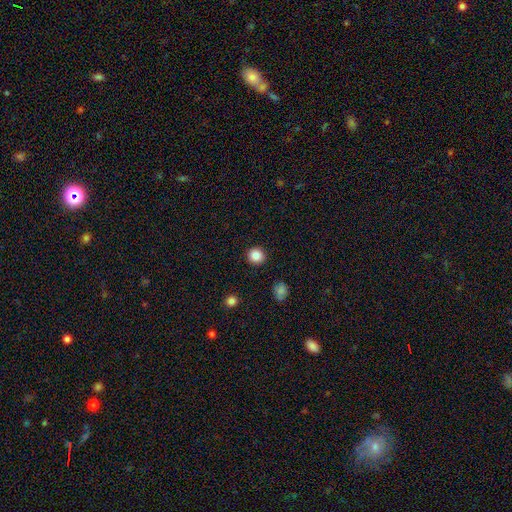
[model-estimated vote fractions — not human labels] Overall: smooth (87%). How rounded: round (93%). Merging: none (92%).